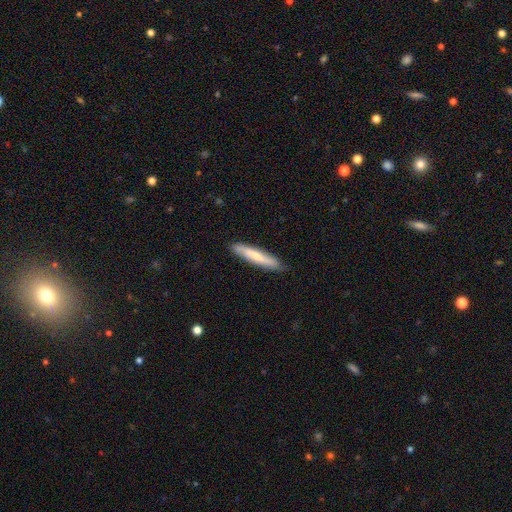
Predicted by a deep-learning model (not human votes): Smooth or featured: smooth — 63% (featured or disk — 31%)
How rounded: cigar-shaped — 90% (in between — 9%)
Merging: none — 85% (minor disturbance — 12%)